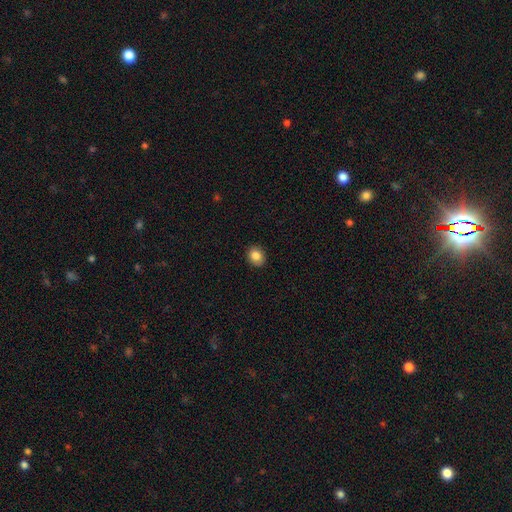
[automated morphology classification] A smooth galaxy with no disk features (85%) that is round (58%). Merging: none (90%).